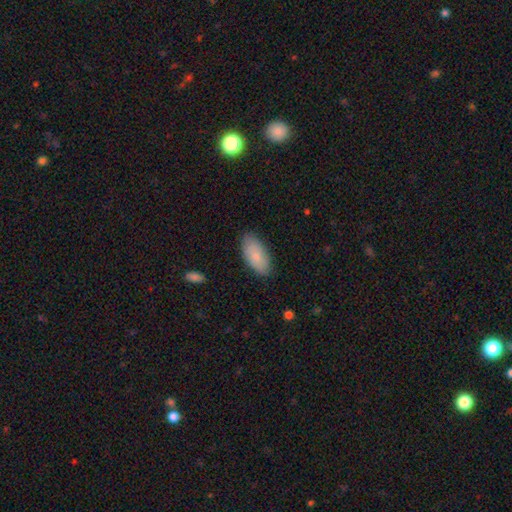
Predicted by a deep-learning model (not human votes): Q: Smooth or featured?
A: smooth (83%); runner-up: featured or disk (11%)
Q: How rounded?
A: in between (92%); runner-up: cigar-shaped (6%)
Q: Merging?
A: none (84%); runner-up: minor disturbance (13%)